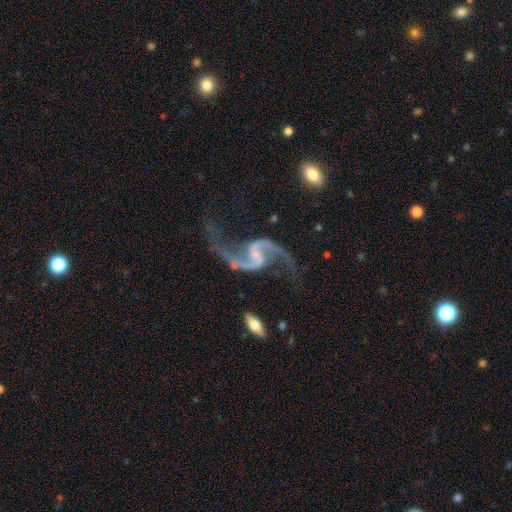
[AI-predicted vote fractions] A featured or disk galaxy (93%) with a weak bar (45%), 2 (95%) loose (83%) spiral arms (98%) and a small central bulge (66%). Merging: none (67%).